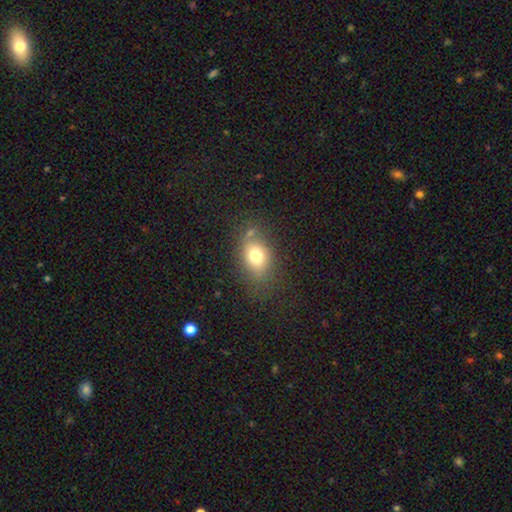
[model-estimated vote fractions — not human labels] Smooth or featured?
  - smooth: 74% *
  - featured or disk: 13%
  - star or artifact: 13%
How rounded?
  - in between: 66% *
  - round: 32%
  - cigar-shaped: 2%
Merging?
  - none: 69% *
  - minor disturbance: 17%
  - major disturbance: 7%
  - merger: 6%